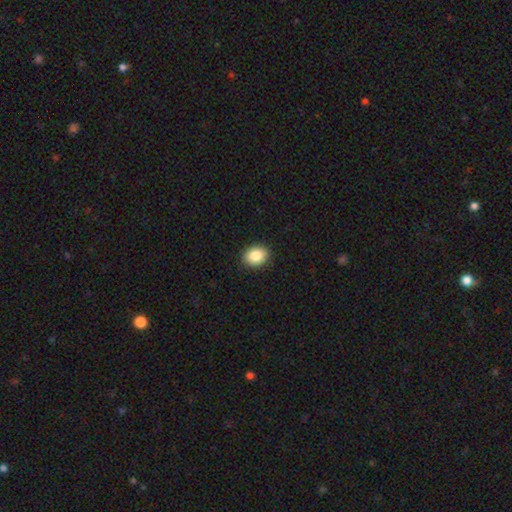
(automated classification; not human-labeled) This is clearly a smooth galaxy (86%). How rounded: possibly in between (57%). Merging: clearly none (91%).